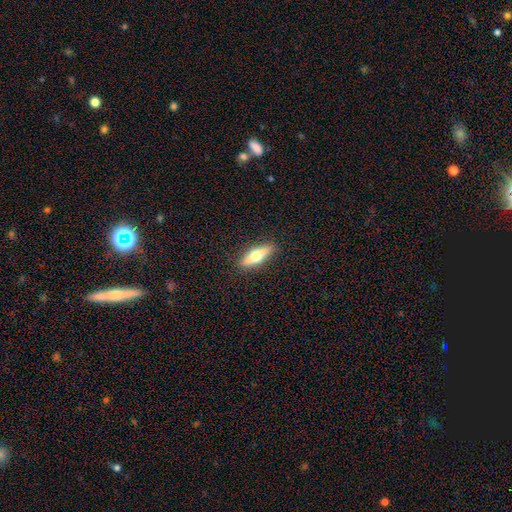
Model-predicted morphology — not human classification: The model was most divided on "how rounded": cigar-shaped: 56%, in between: 41%, round: 3%. More confident: merging — none (89%); smooth or featured — smooth (56%).